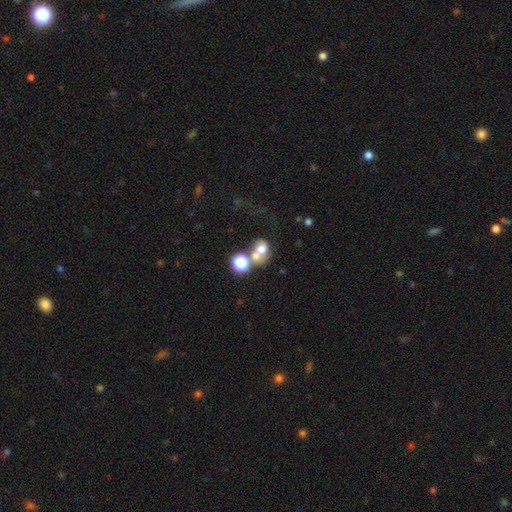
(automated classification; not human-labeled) Overall: smooth (61%; featured or disk 23%). How rounded: round (60%; in between 39%). Merging: merger (55%; none 27%).